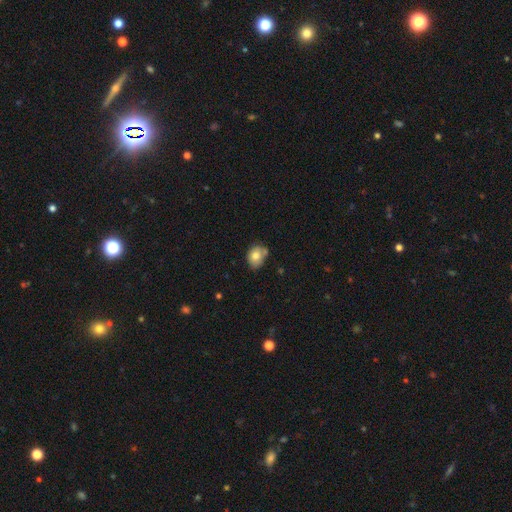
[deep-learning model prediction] Smooth or featured? Predicted: smooth (p=0.74). How rounded? Predicted: in between (p=0.57). Merging? Predicted: none (p=0.56).